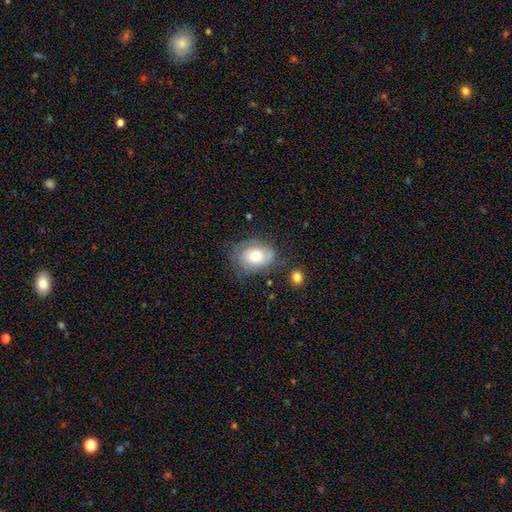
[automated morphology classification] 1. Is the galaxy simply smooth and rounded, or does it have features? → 54% smooth, 37% featured or disk, 8% star or artifact.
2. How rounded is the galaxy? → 66% in between, 33% round, 1% cigar-shaped.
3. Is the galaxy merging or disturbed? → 62% none, 24% minor disturbance, 11% major disturbance, 3% merger.